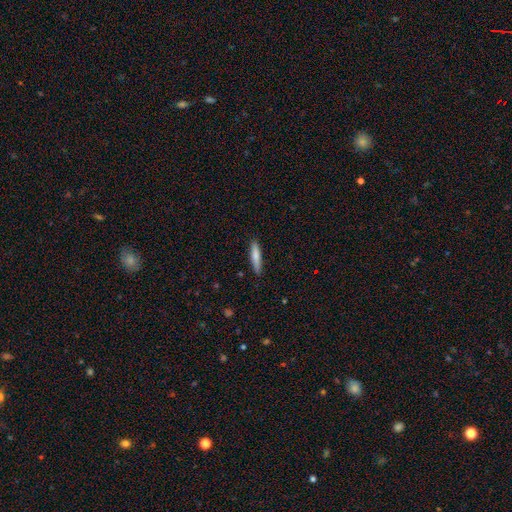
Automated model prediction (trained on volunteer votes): Smooth or featured: smooth — 77% (featured or disk — 17%)
How rounded: cigar-shaped — 88% (in between — 11%)
Merging: none — 87% (minor disturbance — 10%)